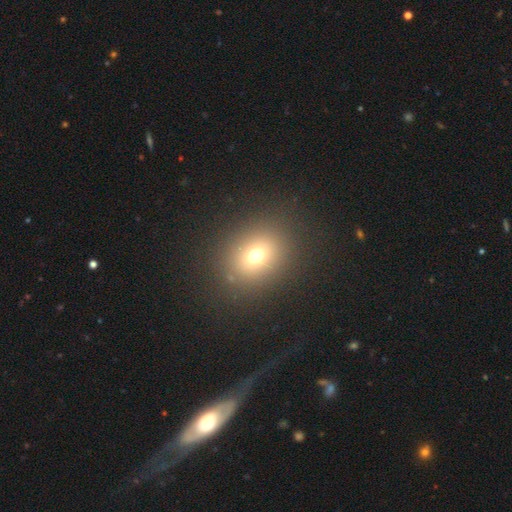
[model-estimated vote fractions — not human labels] smooth_or_featured: smooth (p=0.70) [alt: star or artifact p=0.18]
how_rounded: round (p=0.61) [alt: in between p=0.38]
merging: none (p=0.86) [alt: minor disturbance p=0.08]